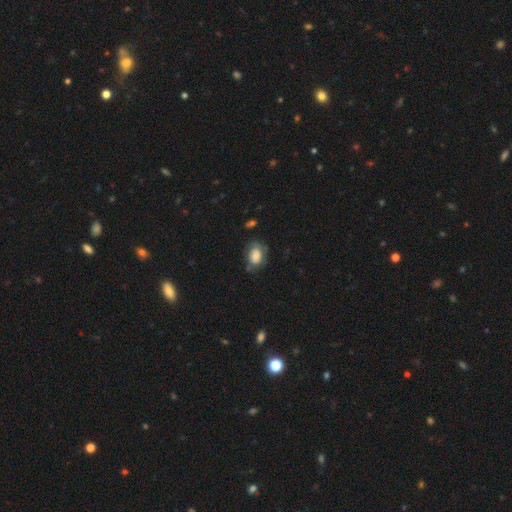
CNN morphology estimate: A smooth galaxy with no disk features (70%) that is in between round and cigar-shaped (77%).

Vote fractions:
- Smooth or featured? smooth: 70% / featured or disk: 21% / star or artifact: 8%
- How rounded? in between: 77% / round: 22% / cigar-shaped: 1%
- Merging? none: 55% / minor disturbance: 29% / major disturbance: 13% / merger: 3%